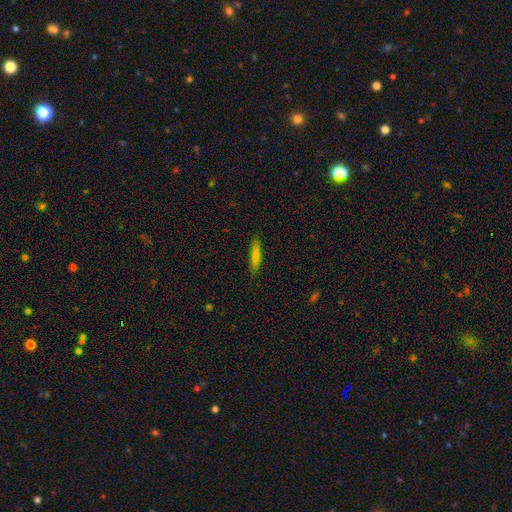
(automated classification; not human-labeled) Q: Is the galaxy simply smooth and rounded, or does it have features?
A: smooth — 76%.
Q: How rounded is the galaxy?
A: cigar-shaped — 88%.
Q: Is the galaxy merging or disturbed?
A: none — 88%.